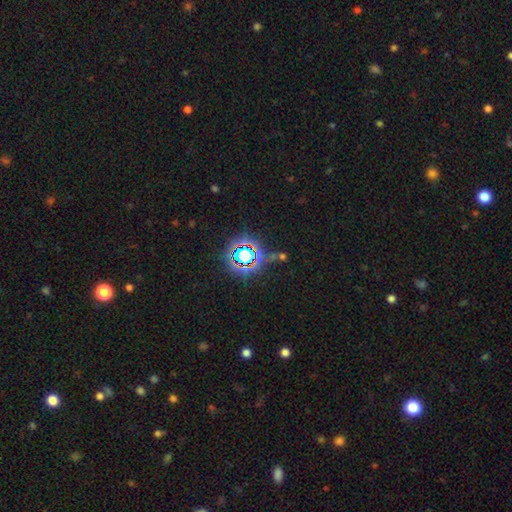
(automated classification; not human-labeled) smooth-or-featured: star or artifact: 77% | smooth: 14% | featured or disk: 8%